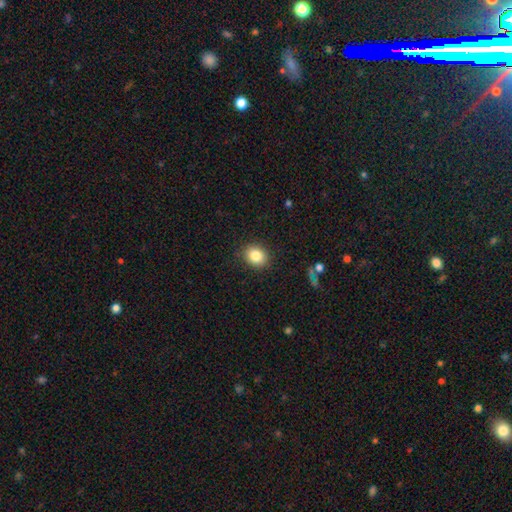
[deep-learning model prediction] A smooth galaxy with no disk features (84%) that is round (60%).

Vote fractions:
- Smooth or featured? smooth: 84% / star or artifact: 10% / featured or disk: 7%
- How rounded? round: 60% / in between: 39% / cigar-shaped: 1%
- Merging? none: 88% / minor disturbance: 8% / major disturbance: 2% / merger: 1%